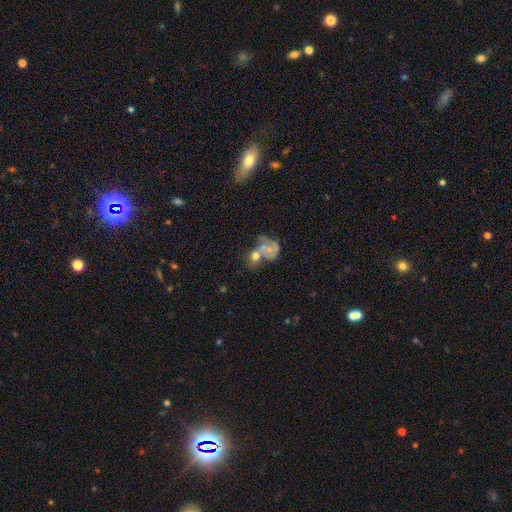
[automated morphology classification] Overall: smooth (55%; featured or disk 34%). How rounded: round (53%; in between 45%). Merging: merger (55%; none 25%).